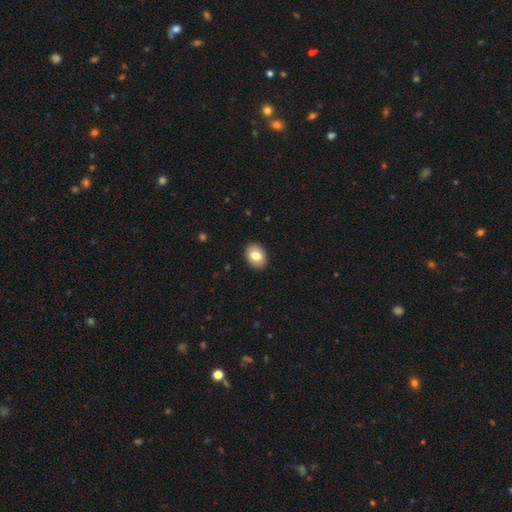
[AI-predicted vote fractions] This is clearly a smooth galaxy (81%). How rounded: likely in between (63%). Merging: clearly none (91%).